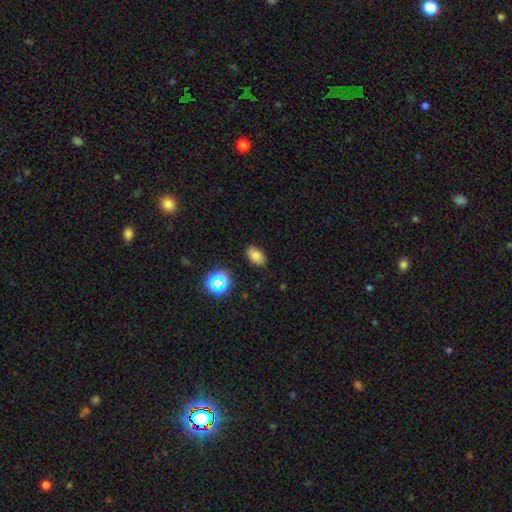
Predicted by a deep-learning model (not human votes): This is likely a smooth galaxy (77%). How rounded: clearly in between (89%). Merging: clearly none (85%).